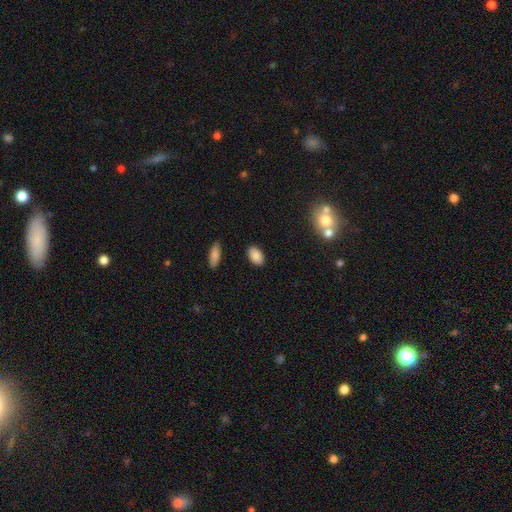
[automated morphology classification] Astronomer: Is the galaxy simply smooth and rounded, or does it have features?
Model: smooth — 86%.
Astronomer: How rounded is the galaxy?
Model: in between — 91%.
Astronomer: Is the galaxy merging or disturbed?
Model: none — 88%.